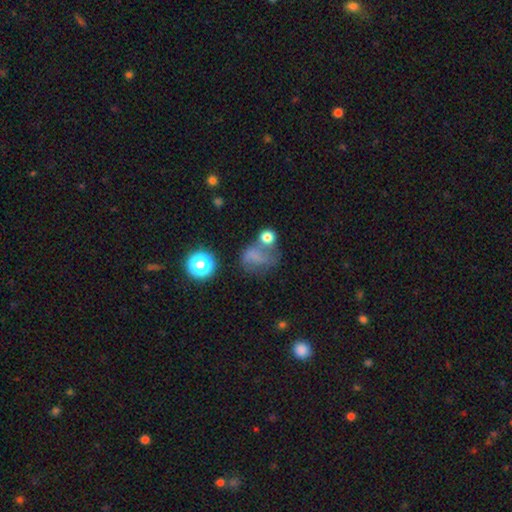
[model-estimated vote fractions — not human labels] Smooth or featured: smooth — 56% (featured or disk — 22%)
How rounded: round — 53% (in between — 45%)
Merging: none — 33% (major disturbance — 29%)